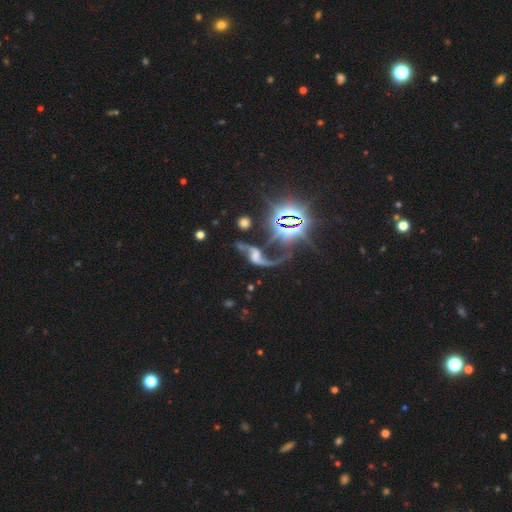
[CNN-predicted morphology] smooth-or-featured: featured or disk: 75% | star or artifact: 16% | smooth: 8%
  disk-edge-on: no: 95% | yes: 5%
    bar: no: 48% | weak: 33% | strong: 19%
    has-spiral-arms: yes: 91% | no: 9%
      spiral-winding: loose: 91% | medium: 7% | tight: 2%
      spiral-arm-count: 2: 88% | 1: 7% | can't tell: 2% | 3: 1% | 4: 1% | more than 4: 1%
    bulge-size: none: 38% | moderate: 25% | small: 23% | large: 11% | dominant: 4%
  merging: none: 46% | major disturbance: 24% | minor disturbance: 16% | merger: 15%